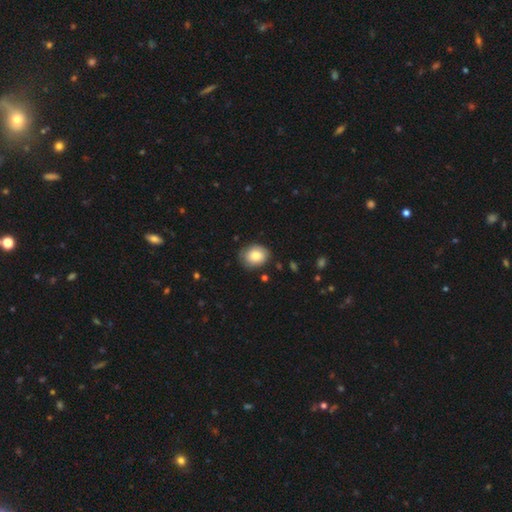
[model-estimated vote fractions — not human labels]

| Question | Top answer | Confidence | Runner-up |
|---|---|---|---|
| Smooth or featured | smooth | 82% | featured or disk (11%) |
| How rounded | in between | 52% | round (48%) |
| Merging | none | 78% | minor disturbance (17%) |